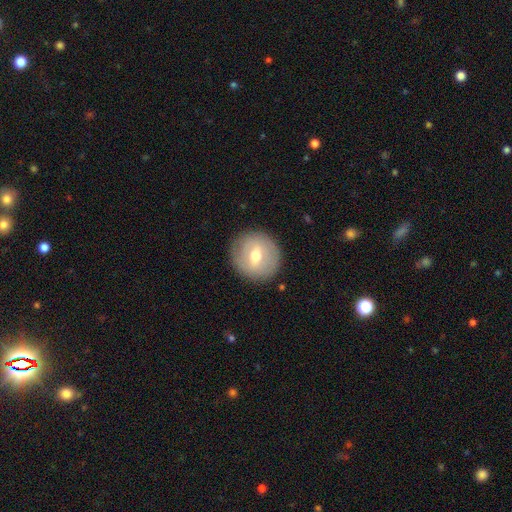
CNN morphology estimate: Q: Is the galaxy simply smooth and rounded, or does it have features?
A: smooth — 52%.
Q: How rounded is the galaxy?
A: round — 88%.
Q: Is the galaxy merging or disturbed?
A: none — 86%.